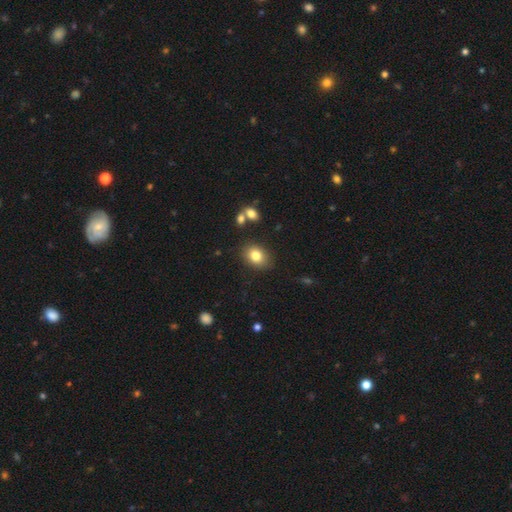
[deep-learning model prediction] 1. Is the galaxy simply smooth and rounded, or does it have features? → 82% smooth, 10% star or artifact, 9% featured or disk.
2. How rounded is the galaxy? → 64% in between, 35% round, 1% cigar-shaped.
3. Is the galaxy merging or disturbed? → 83% none, 11% minor disturbance, 4% merger, 3% major disturbance.